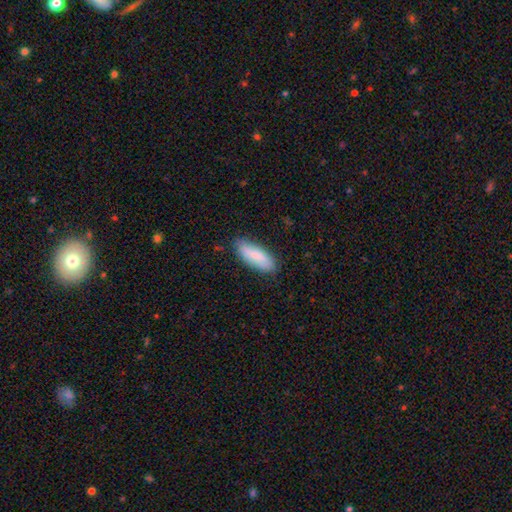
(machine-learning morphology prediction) Q: Smooth or featured?
A: smooth (79%); runner-up: featured or disk (15%)
Q: How rounded?
A: in between (69%); runner-up: cigar-shaped (29%)
Q: Merging?
A: none (79%); runner-up: minor disturbance (17%)